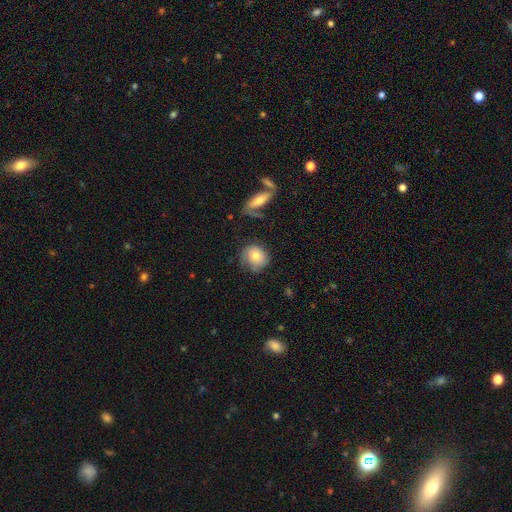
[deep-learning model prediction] smooth-or-featured: smooth: 67% | featured or disk: 25% | star or artifact: 8%
  how-rounded: round: 79% | in between: 20% | cigar-shaped: 1%
  merging: none: 56% | minor disturbance: 26% | major disturbance: 14% | merger: 4%